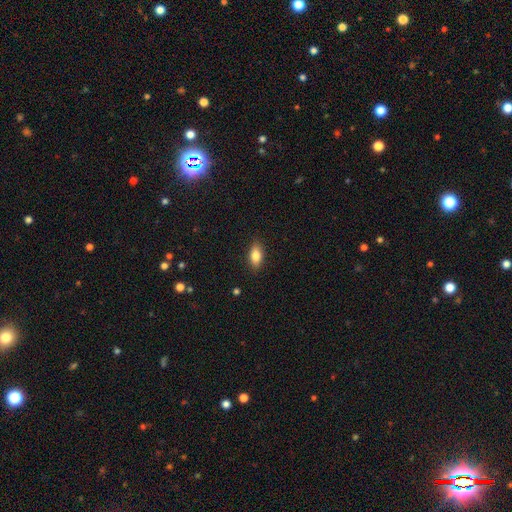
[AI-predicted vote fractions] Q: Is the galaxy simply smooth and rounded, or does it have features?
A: smooth — 81%.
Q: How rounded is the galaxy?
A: in between — 87%.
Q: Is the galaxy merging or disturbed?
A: none — 88%.